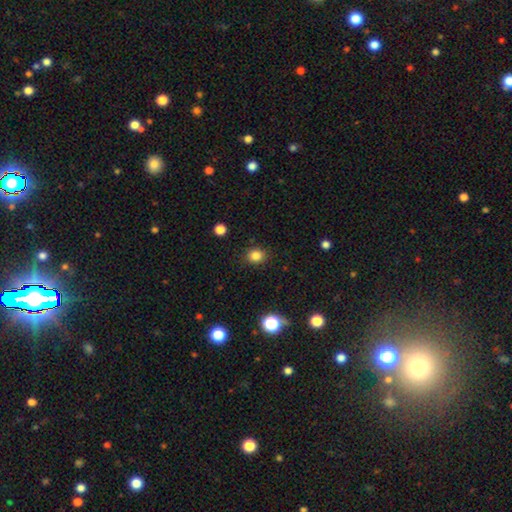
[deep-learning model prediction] Q: Smooth or featured?
A: smooth (83%); runner-up: star or artifact (12%)
Q: How rounded?
A: round (74%); runner-up: in between (25%)
Q: Merging?
A: none (87%); runner-up: minor disturbance (9%)